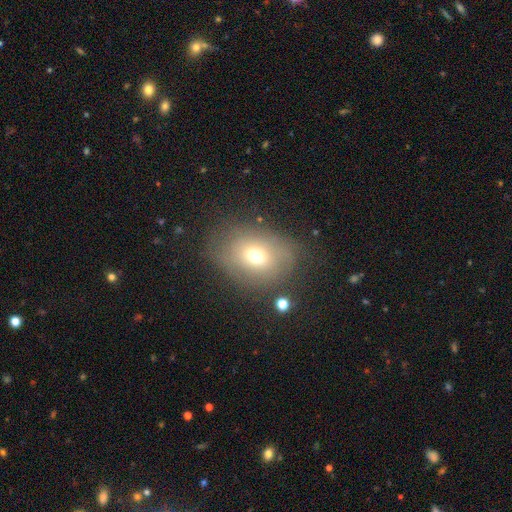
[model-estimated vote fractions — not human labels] smooth_or_featured: smooth (p=0.64) [alt: featured or disk p=0.22]
how_rounded: in between (p=0.57) [alt: round p=0.42]
merging: none (p=0.68) [alt: minor disturbance p=0.19]